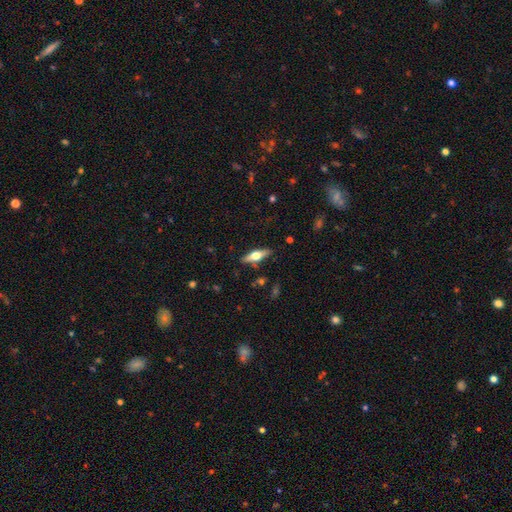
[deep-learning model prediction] Q: Smooth or featured?
A: featured or disk (57%); runner-up: smooth (36%)
Q: Edge-on disk?
A: yes (93%); runner-up: no (7%)
Q: Edge-on bulge?
A: rounded (95%); runner-up: boxy (4%)
Q: Merging?
A: none (86%); runner-up: minor disturbance (10%)